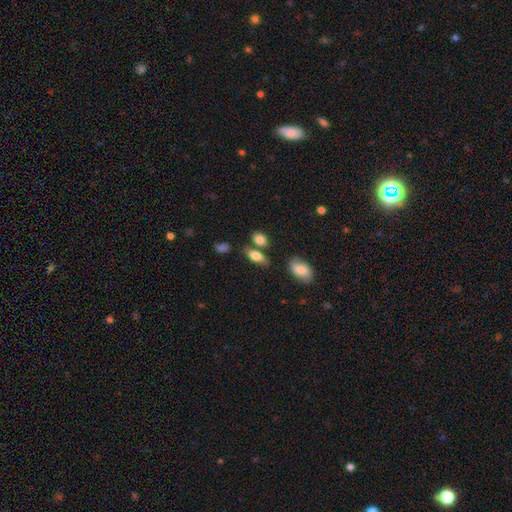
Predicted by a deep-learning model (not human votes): smooth_or_featured: smooth (p=0.77) [alt: featured or disk p=0.14]
how_rounded: in between (p=0.79) [alt: cigar-shaped p=0.15]
merging: none (p=0.66) [alt: merger p=0.16]